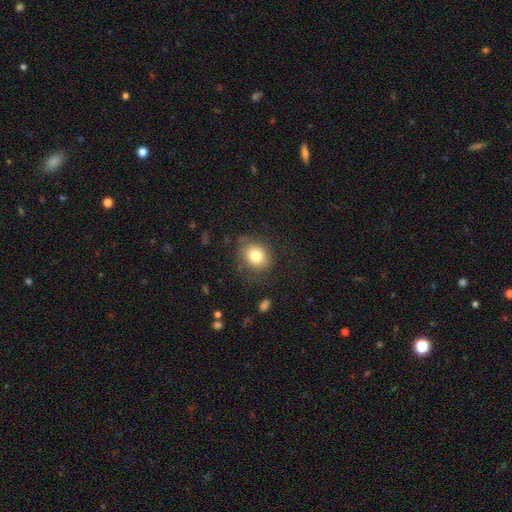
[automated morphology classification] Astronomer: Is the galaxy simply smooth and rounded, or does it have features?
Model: smooth — 79%.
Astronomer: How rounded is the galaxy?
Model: round — 63%.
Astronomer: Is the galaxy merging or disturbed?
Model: none — 73%.